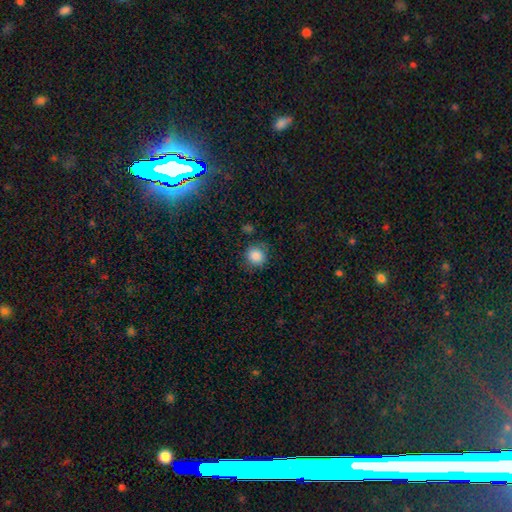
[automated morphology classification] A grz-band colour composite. It shows a smooth galaxy with no disk features (86%) that is round (89%). Merging: none (81%).